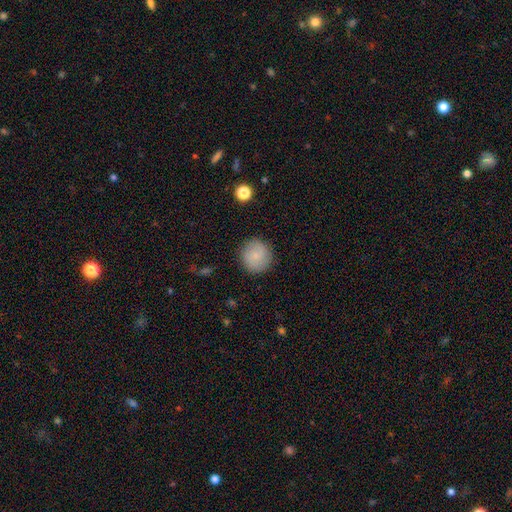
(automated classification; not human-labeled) A smooth galaxy with no disk features (77%) that is round (93%). Merging: none (88%).